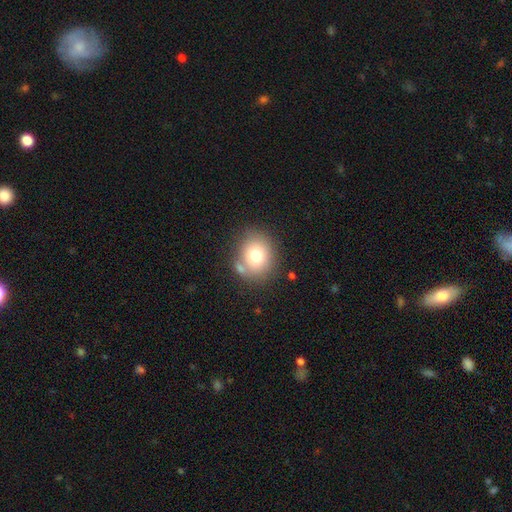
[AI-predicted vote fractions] Smooth or featured? smooth (74%)
How rounded? round (69%)
Merging? none (70%)